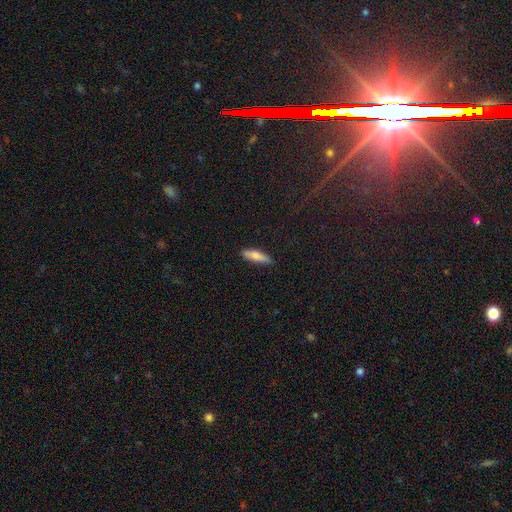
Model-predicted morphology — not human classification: smooth_or_featured: smooth (p=0.74) [alt: featured or disk p=0.19]
how_rounded: cigar-shaped (p=0.66) [alt: in between p=0.32]
merging: none (p=0.83) [alt: minor disturbance p=0.14]